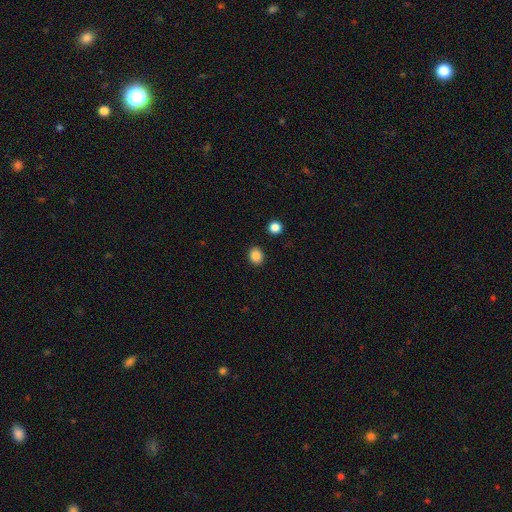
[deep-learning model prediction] The model was most divided on "how rounded": round: 60%, in between: 40%, cigar-shaped: 1%. More confident: merging — none (89%); smooth or featured — smooth (87%).